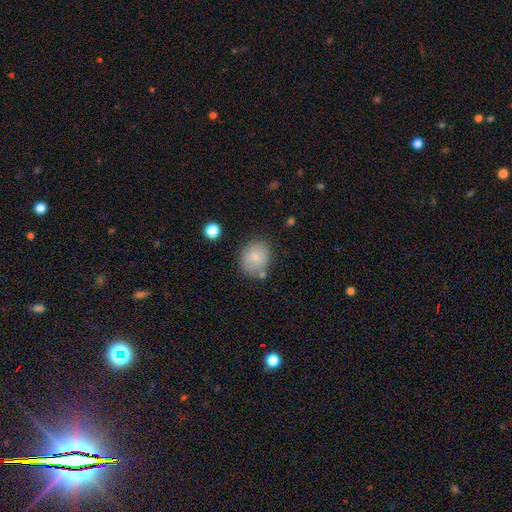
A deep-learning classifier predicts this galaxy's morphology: The model was most divided on "how rounded": round: 71%, in between: 28%, cigar-shaped: 1%. More confident: smooth or featured — smooth (80%); merging — none (72%).